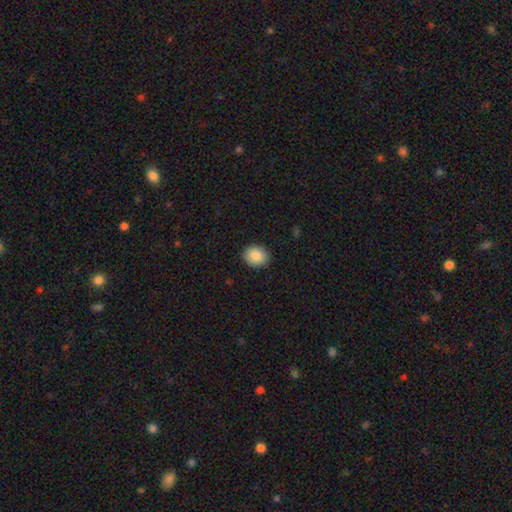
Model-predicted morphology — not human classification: Q: Smooth or featured?
A: smooth (86%); runner-up: star or artifact (8%)
Q: How rounded?
A: round (60%); runner-up: in between (39%)
Q: Merging?
A: none (91%); runner-up: minor disturbance (7%)